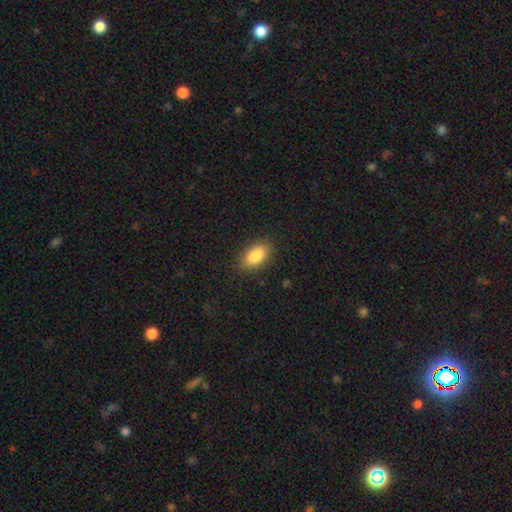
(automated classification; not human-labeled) This is clearly a smooth galaxy (85%). How rounded: clearly in between (91%). Merging: clearly none (86%).